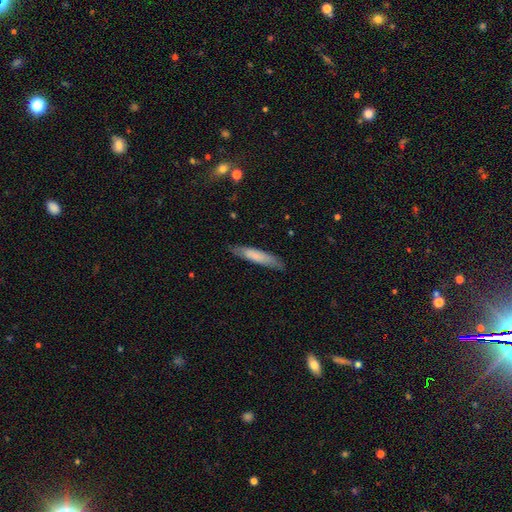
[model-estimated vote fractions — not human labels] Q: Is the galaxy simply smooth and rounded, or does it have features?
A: smooth — 71%.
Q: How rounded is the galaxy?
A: cigar-shaped — 83%.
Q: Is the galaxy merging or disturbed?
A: none — 83%.